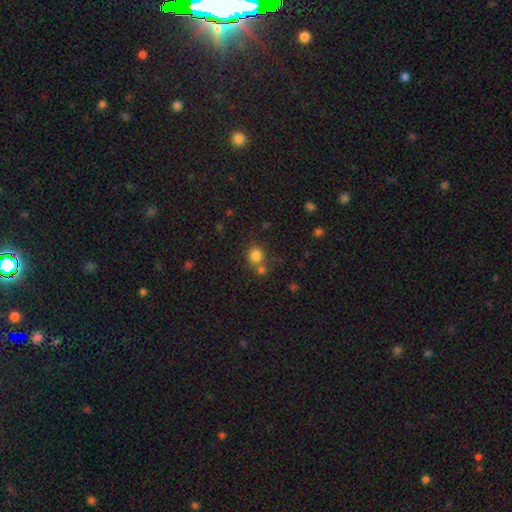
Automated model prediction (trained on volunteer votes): Morphology: type=smooth (81%); roundness=round (84%); merging=none (60%).